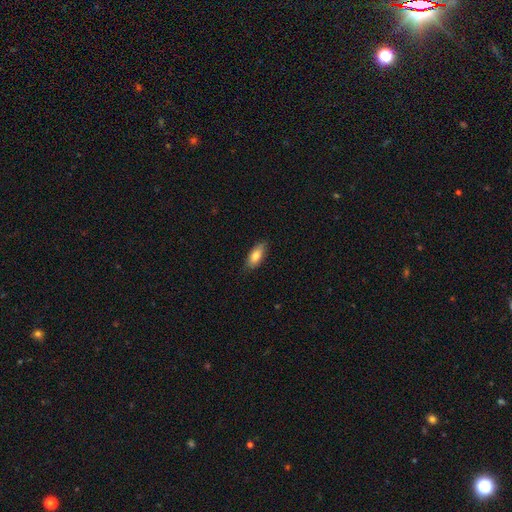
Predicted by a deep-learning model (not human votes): This is clearly a smooth galaxy (81%). How rounded: clearly in between (83%). Merging: clearly none (81%).